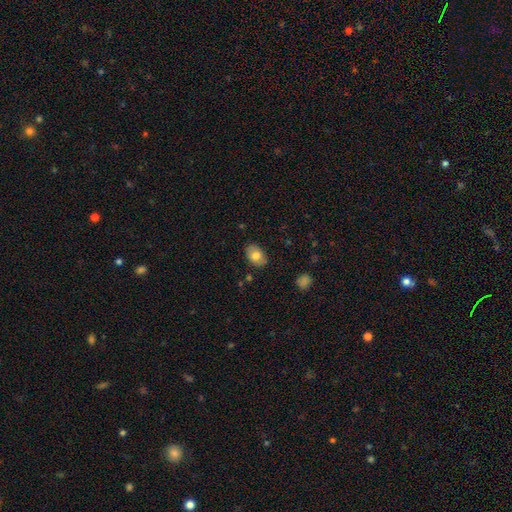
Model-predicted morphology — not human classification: Overall: smooth (77%). How rounded: in between (84%). Merging: none (85%).